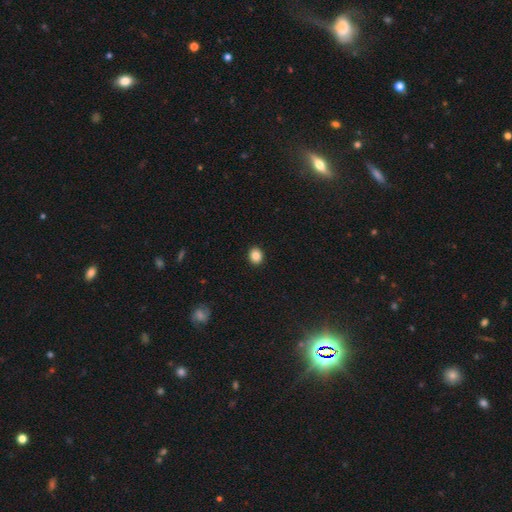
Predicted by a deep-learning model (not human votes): Smooth or featured? smooth (86%)
How rounded? round (66%)
Merging? none (92%)